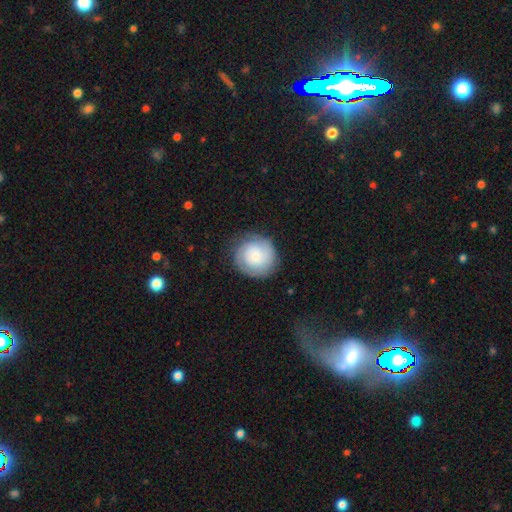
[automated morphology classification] type=smooth (50%); merging=none (79%).